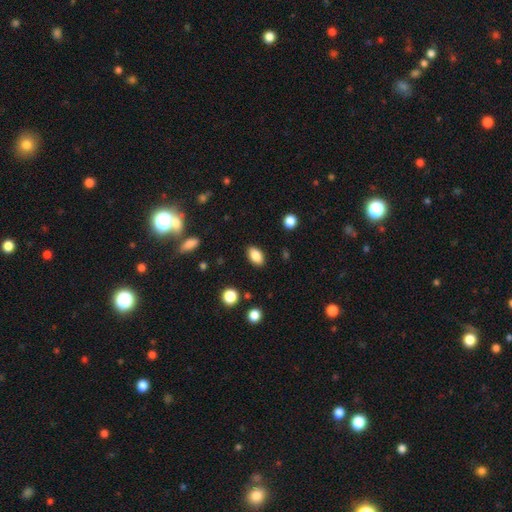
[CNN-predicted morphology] Q: Smooth or featured?
A: smooth (85%); runner-up: star or artifact (8%)
Q: How rounded?
A: in between (90%); runner-up: round (7%)
Q: Merging?
A: none (87%); runner-up: minor disturbance (9%)